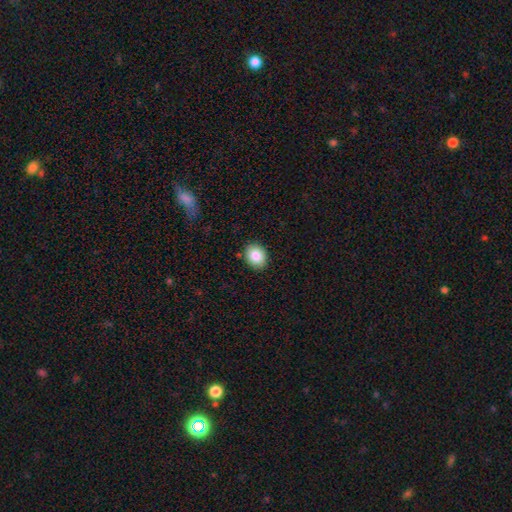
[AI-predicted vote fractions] Smooth or featured: smooth — 85% (star or artifact — 8%)
How rounded: in between — 53% (round — 46%)
Merging: none — 89% (minor disturbance — 8%)